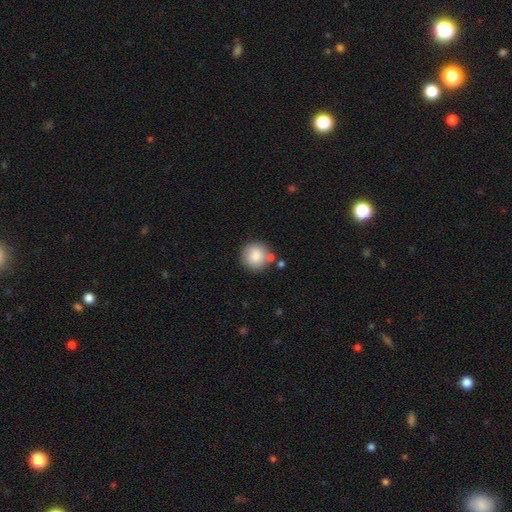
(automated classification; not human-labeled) Smooth or featured? Predicted: smooth (p=0.86). How rounded? Predicted: round (p=0.94). Merging? Predicted: none (p=0.77).